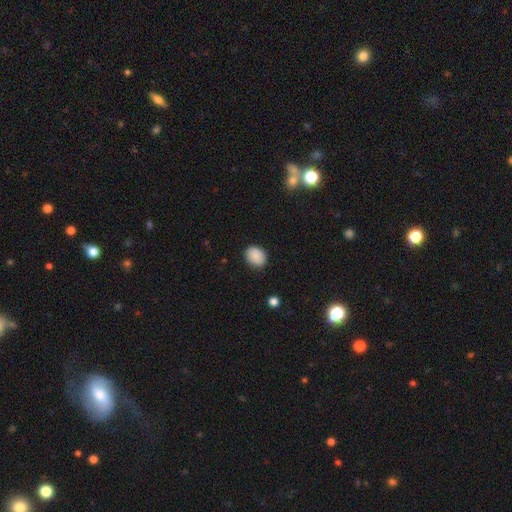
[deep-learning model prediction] Morphology: type=smooth (88%); roundness=in between (60%); merging=none (83%).